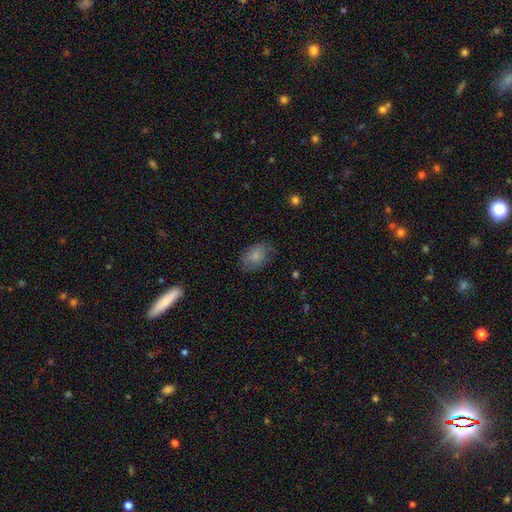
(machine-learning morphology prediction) smooth-or-featured: smooth: 81% | featured or disk: 11% | star or artifact: 7%
  how-rounded: in between: 86% | round: 12% | cigar-shaped: 1%
  merging: none: 72% | minor disturbance: 21% | major disturbance: 6% | merger: 1%